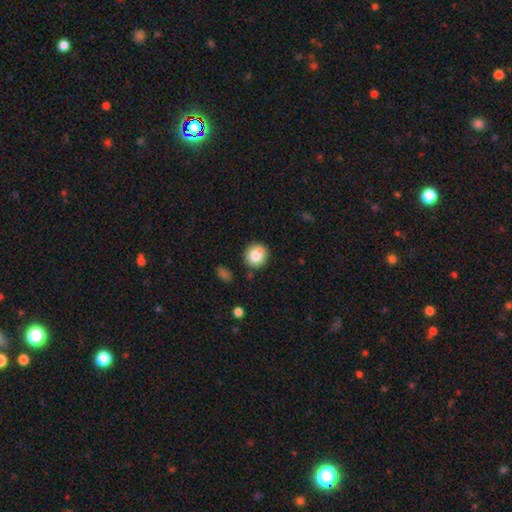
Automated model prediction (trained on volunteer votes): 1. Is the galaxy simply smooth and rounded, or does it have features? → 77% smooth, 13% featured or disk, 9% star or artifact.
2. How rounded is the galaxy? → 87% round, 12% in between, 1% cigar-shaped.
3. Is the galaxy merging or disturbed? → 70% none, 14% minor disturbance, 12% merger, 4% major disturbance.